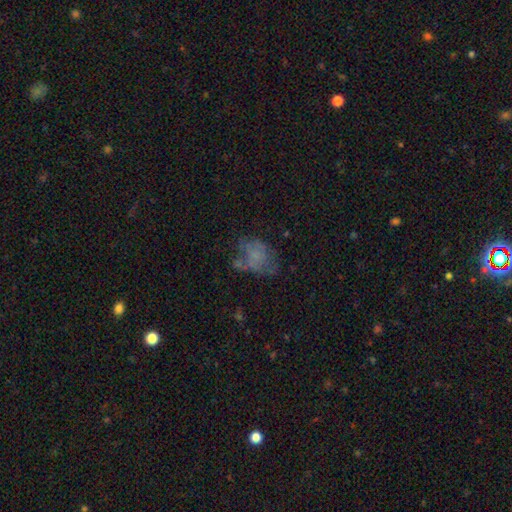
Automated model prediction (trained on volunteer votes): Smooth or featured?
  - smooth: 49% *
  - featured or disk: 37%
  - star or artifact: 14%
Merging?
  - none: 38% *
  - major disturbance: 28%
  - minor disturbance: 26%
  - merger: 9%